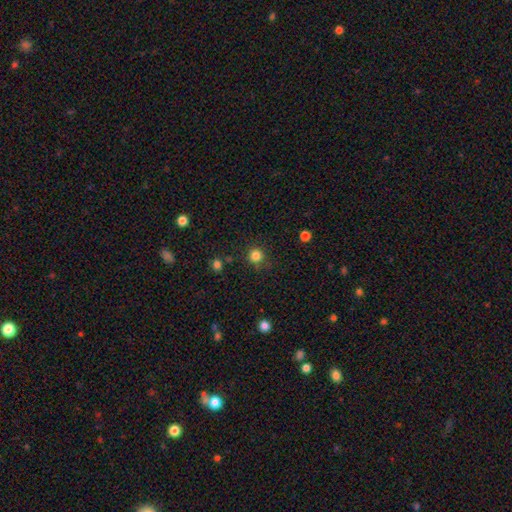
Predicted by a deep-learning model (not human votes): Q: Smooth or featured?
A: smooth (82%); runner-up: star or artifact (13%)
Q: How rounded?
A: round (94%); runner-up: in between (5%)
Q: Merging?
A: none (84%); runner-up: minor disturbance (10%)